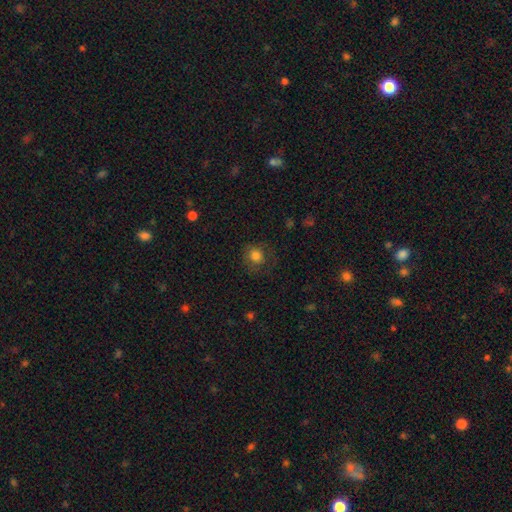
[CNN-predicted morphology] smooth 77%, featured or disk 12%, star or artifact 11%. Down the decision tree: how rounded — round (84%); merging — none (65%).